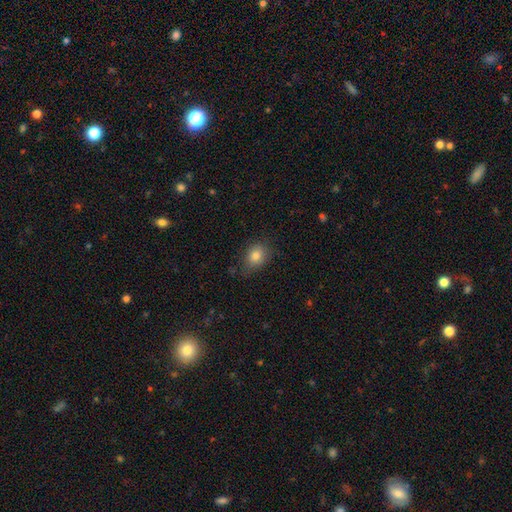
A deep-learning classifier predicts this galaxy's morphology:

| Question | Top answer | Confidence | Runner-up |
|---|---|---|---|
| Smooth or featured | smooth | 81% | star or artifact (10%) |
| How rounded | in between | 54% | round (44%) |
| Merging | none | 73% | minor disturbance (21%) |